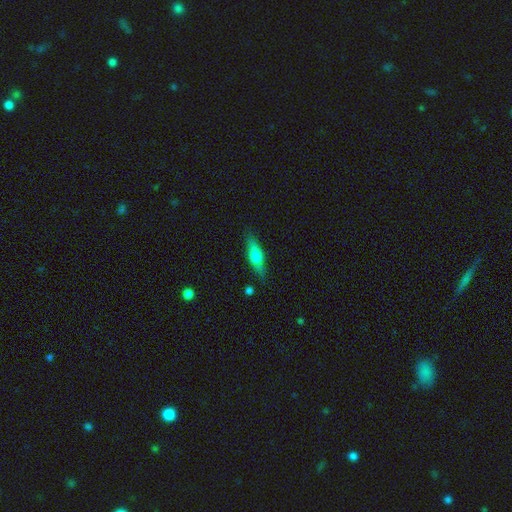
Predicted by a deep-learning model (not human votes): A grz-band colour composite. It shows a smooth galaxy with no disk features (50%) that is cigar-shaped (56%). Merging: none (80%).